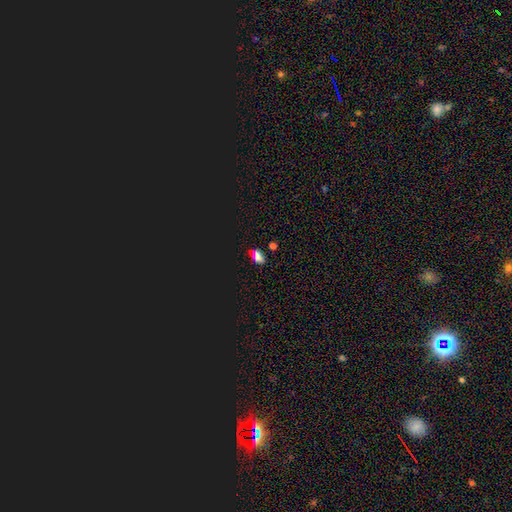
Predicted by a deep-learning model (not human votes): smooth 56%, star or artifact 34%, featured or disk 10%. Down the decision tree: how rounded — in between (81%); merging — none (77%).